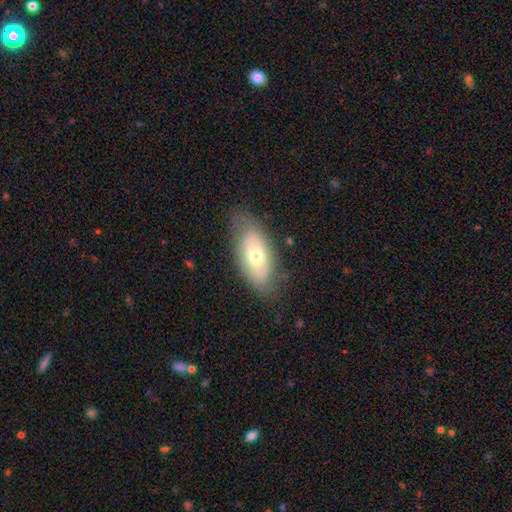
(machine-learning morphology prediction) smooth_or_featured: smooth (p=0.57) [alt: featured or disk p=0.36]
how_rounded: in between (p=0.88) [alt: cigar-shaped p=0.08]
merging: none (p=0.73) [alt: minor disturbance p=0.20]